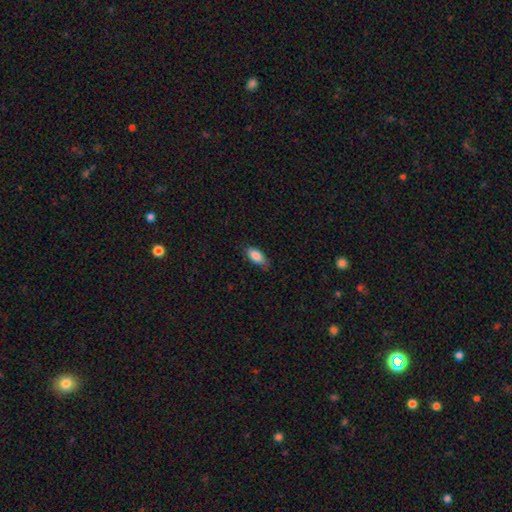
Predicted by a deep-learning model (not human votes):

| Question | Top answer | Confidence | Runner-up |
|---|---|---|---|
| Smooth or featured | smooth | 85% | featured or disk (9%) |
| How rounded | in between | 86% | cigar-shaped (11%) |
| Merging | none | 74% | minor disturbance (21%) |